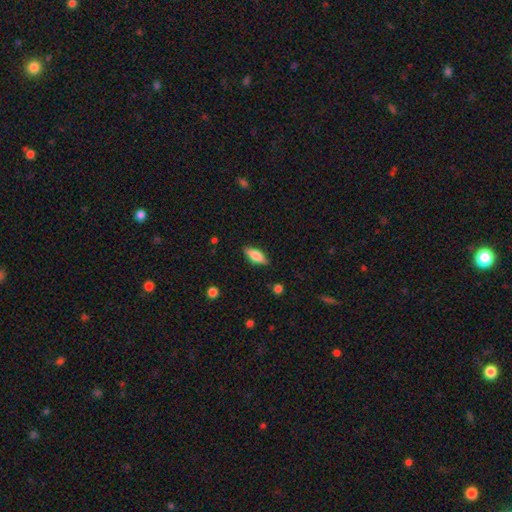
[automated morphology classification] smooth 72%, featured or disk 21%, star or artifact 7%. Down the decision tree: how rounded — in between (70%); merging — none (86%).